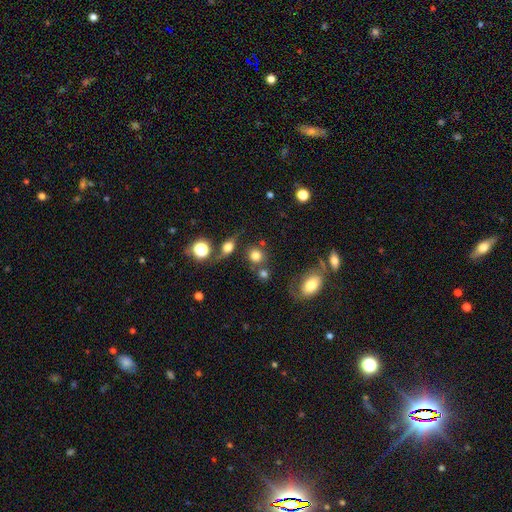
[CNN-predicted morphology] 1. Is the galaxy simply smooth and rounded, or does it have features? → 78% smooth, 13% star or artifact, 9% featured or disk.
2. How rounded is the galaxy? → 81% round, 17% in between, 2% cigar-shaped.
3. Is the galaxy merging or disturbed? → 67% none, 14% merger, 12% minor disturbance, 7% major disturbance.